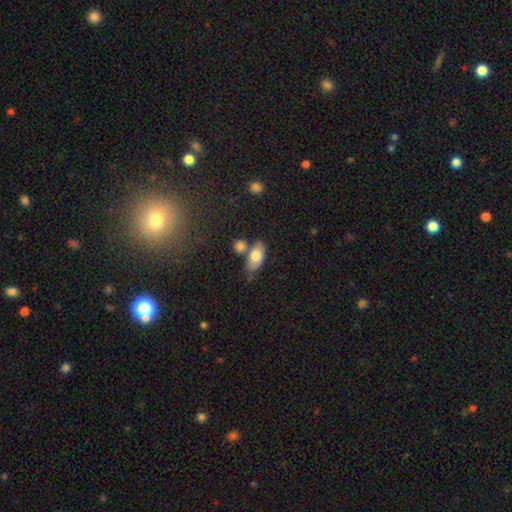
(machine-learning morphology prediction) This is likely a smooth galaxy (75%). How rounded: clearly in between (89%). Merging: possibly none (54%).